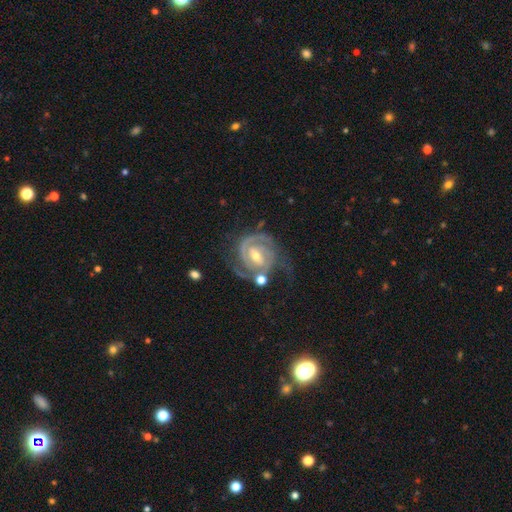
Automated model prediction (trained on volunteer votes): The model was most divided on "bulge size": moderate: 53%, small: 43%, large: 2%, none: 1%, dominant: 1%. More confident: spiral arms — yes (98%); edge-on disk — no (98%); smooth or featured — featured or disk (91%); spiral arm count — 2 (69%); spiral winding — tight (68%); merging — none (58%); bar — weak (51%).